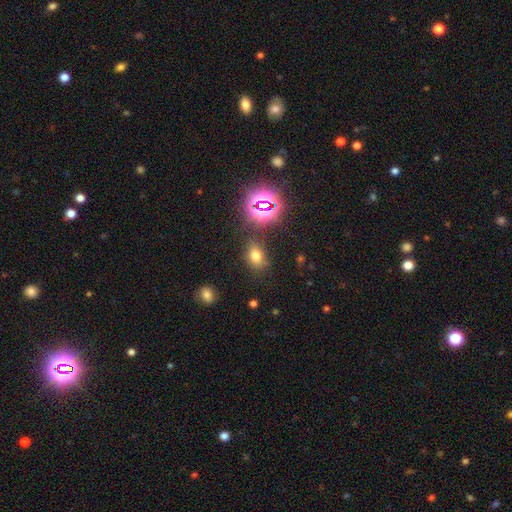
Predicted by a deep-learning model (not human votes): smooth 65%, star or artifact 26%, featured or disk 10%. Down the decision tree: how rounded — in between (69%); merging — none (77%).